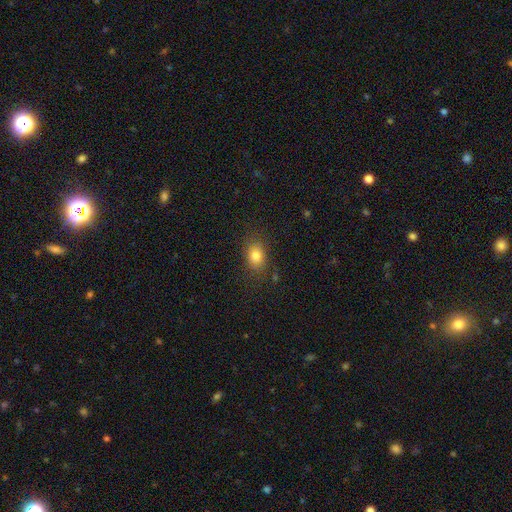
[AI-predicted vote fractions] Smooth or featured? Predicted: smooth (p=0.81). How rounded? Predicted: in between (p=0.68). Merging? Predicted: none (p=0.81).